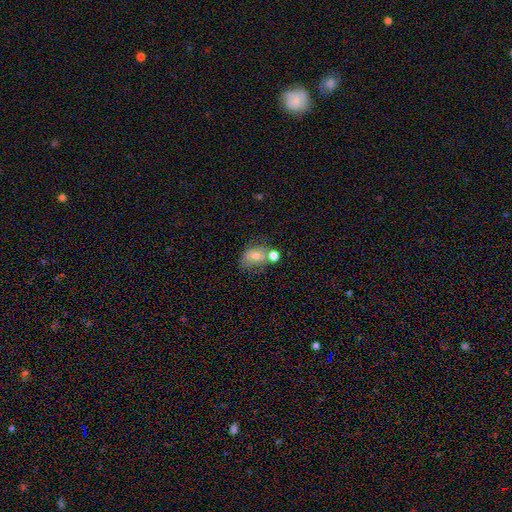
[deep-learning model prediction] Smooth or featured? smooth (65%)
How rounded? in between (71%)
Merging? none (36%)